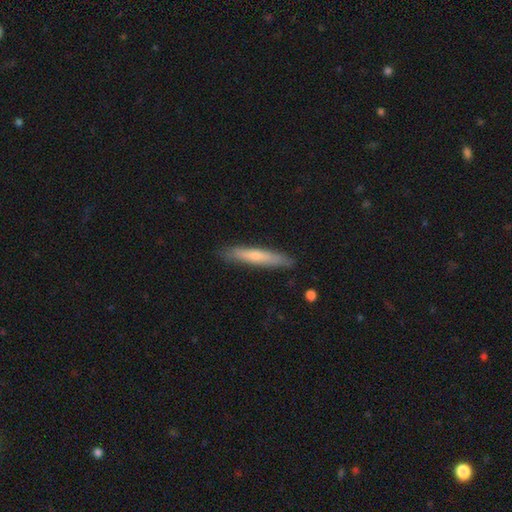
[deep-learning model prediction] smooth 59%, featured or disk 35%, star or artifact 6%. Down the decision tree: how rounded — cigar-shaped (93%); merging — none (88%).